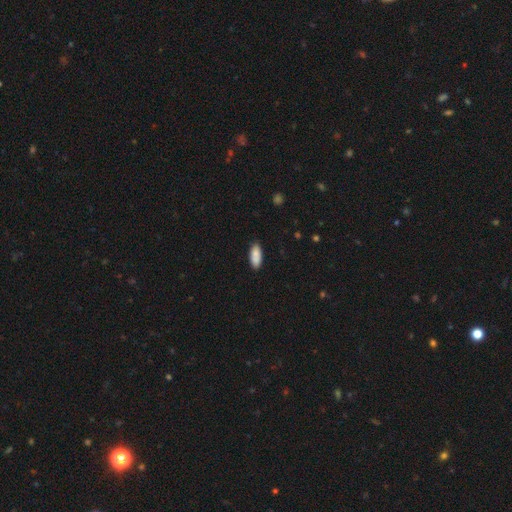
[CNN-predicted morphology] Overall: smooth (83%). How rounded: in between (85%). Merging: none (81%).